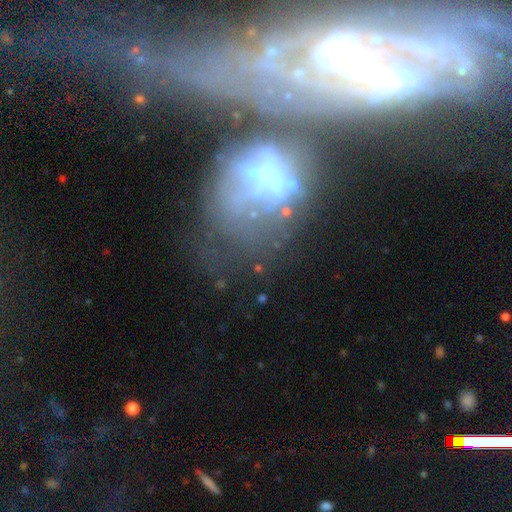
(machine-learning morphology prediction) Overall: featured or disk (59%; star or artifact 22%). Edge-on disk: no (85%). Merging: merger (38%; none 26%).